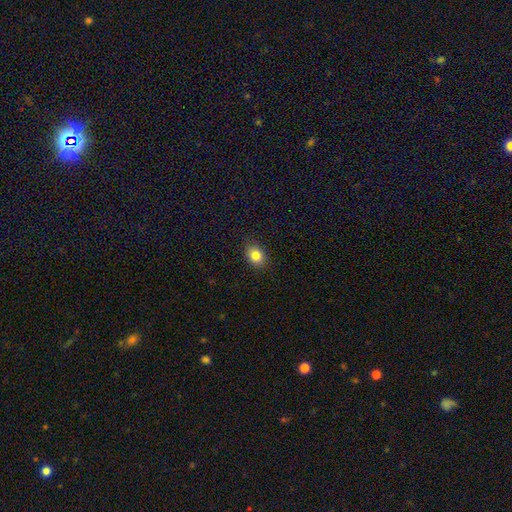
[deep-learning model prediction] The model was most divided on "how rounded": in between: 62%, round: 37%, cigar-shaped: 1%. More confident: merging — none (87%); smooth or featured — smooth (83%).